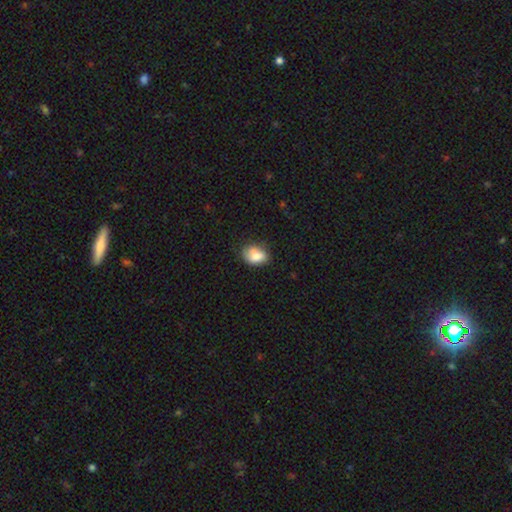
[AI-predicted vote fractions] Smooth or featured: smooth — 81% (featured or disk — 11%)
How rounded: in between — 76% (round — 23%)
Merging: none — 58% (minor disturbance — 29%)